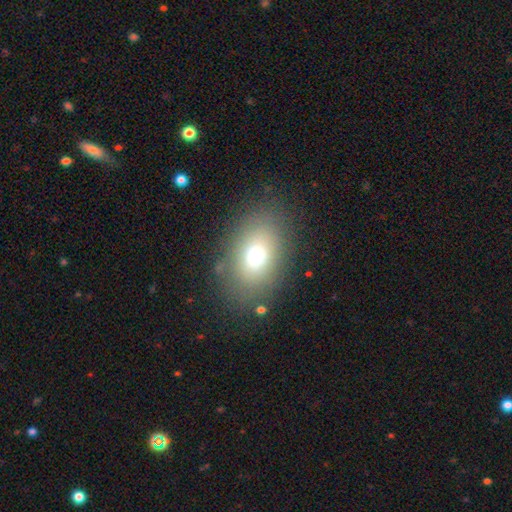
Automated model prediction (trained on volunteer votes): Q: Smooth or featured?
A: smooth (73%); runner-up: featured or disk (15%)
Q: How rounded?
A: in between (82%); runner-up: round (17%)
Q: Merging?
A: none (83%); runner-up: minor disturbance (11%)